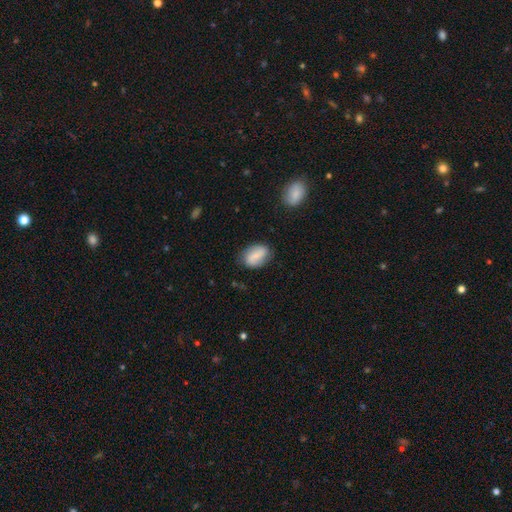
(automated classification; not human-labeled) A smooth galaxy with no disk features (69%) that is in between round and cigar-shaped (86%).

Vote fractions:
- Smooth or featured? smooth: 69% / featured or disk: 24% / star or artifact: 8%
- How rounded? in between: 86% / round: 12% / cigar-shaped: 3%
- Merging? none: 74% / minor disturbance: 19% / major disturbance: 5% / merger: 2%